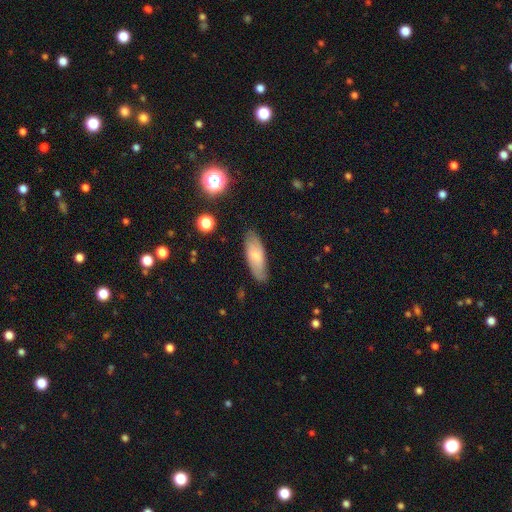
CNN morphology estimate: A smooth galaxy with no disk features (69%) that is in between round and cigar-shaped (64%).

Vote fractions:
- Smooth or featured? smooth: 69% / featured or disk: 24% / star or artifact: 7%
- How rounded? in between: 64% / cigar-shaped: 34% / round: 2%
- Merging? none: 82% / minor disturbance: 14% / major disturbance: 3% / merger: 1%